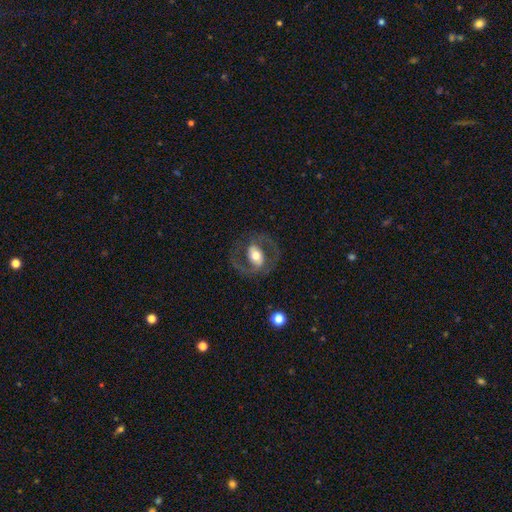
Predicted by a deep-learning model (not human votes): smooth_or_featured: featured or disk (p=0.73) [alt: smooth p=0.21]
disk_edge_on: no (p=0.95) [alt: yes p=0.05]
bar: weak (p=0.35) [alt: no p=0.34]
has_spiral_arms: yes (p=0.75) [alt: no p=0.25]
spiral_winding: medium (p=0.55) [alt: tight p=0.24]
spiral_arm_count: 2 (p=0.87) [alt: can't tell p=0.06]
bulge_size: moderate (p=0.64) [alt: large p=0.23]
merging: none (p=0.75) [alt: minor disturbance p=0.12]